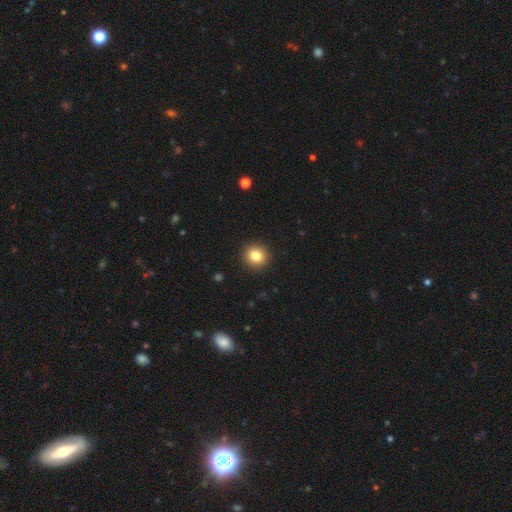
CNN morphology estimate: A smooth galaxy with no disk features (83%) that is round (90%). Merging: none (92%).